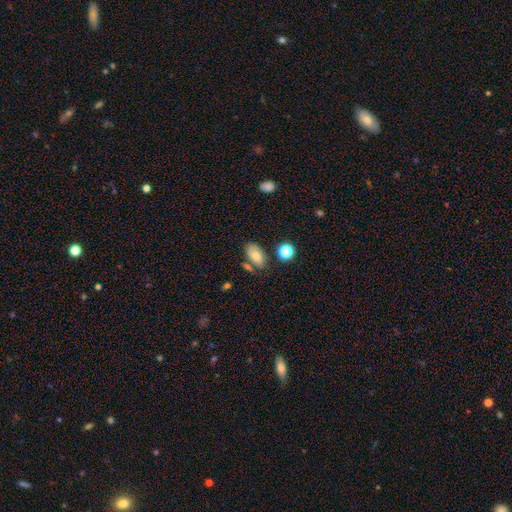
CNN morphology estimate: type=smooth (74%); roundness=in between (90%); merging=none (67%).